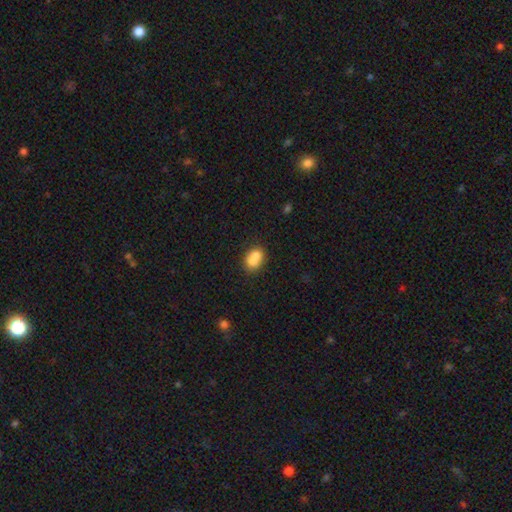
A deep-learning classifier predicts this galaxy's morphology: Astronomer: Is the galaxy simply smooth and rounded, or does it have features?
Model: smooth — 77%.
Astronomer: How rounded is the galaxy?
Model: in between — 73%.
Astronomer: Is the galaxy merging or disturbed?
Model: none — 45% (runner-up: merger, 37%).